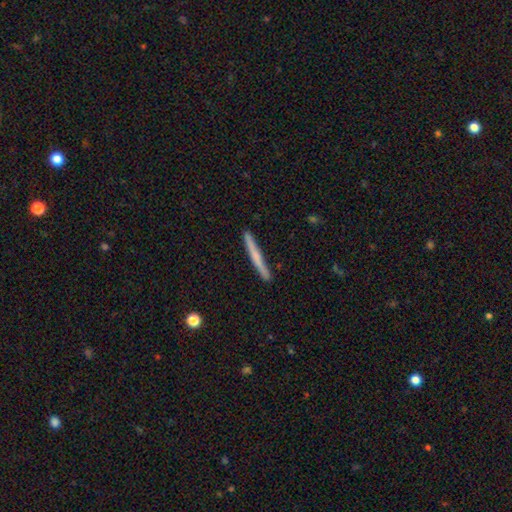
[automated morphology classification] The model was most divided on "smooth or featured": smooth: 55%, featured or disk: 39%, star or artifact: 5%. More confident: how rounded — cigar-shaped (97%); merging — none (90%).